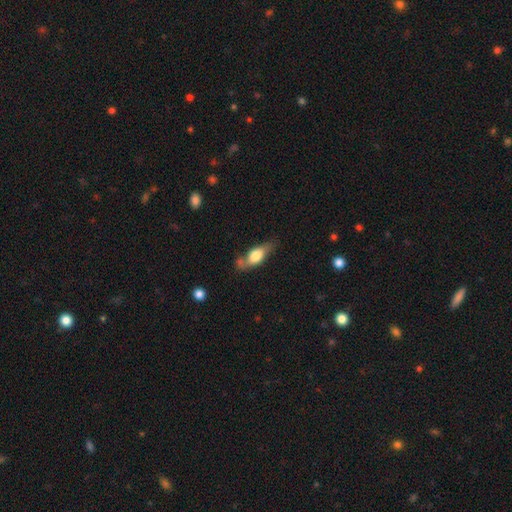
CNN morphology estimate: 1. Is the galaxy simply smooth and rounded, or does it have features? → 61% smooth, 32% featured or disk, 7% star or artifact.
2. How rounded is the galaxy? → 71% in between, 24% cigar-shaped, 5% round.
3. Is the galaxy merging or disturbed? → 52% none, 26% minor disturbance, 14% merger, 8% major disturbance.